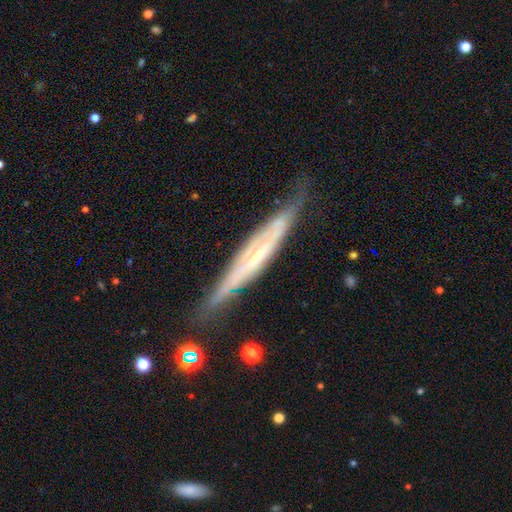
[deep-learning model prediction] The model was most divided on "edge-on bulge": none: 53%, rounded: 34%, boxy: 13%. More confident: edge-on disk — yes (82%); smooth or featured — featured or disk (78%); merging — none (71%).